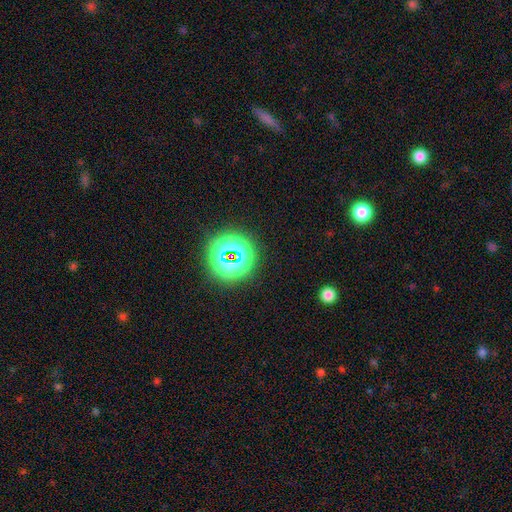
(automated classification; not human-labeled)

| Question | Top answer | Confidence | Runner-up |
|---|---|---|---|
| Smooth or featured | star or artifact | 79% | smooth (14%) |